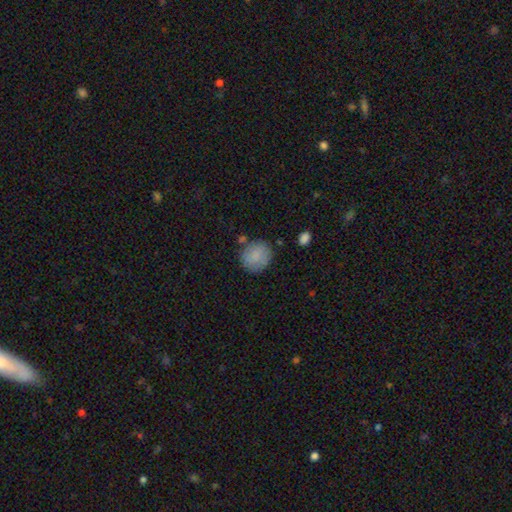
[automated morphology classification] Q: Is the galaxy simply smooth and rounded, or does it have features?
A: smooth — 85%.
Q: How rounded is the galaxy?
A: round — 83%.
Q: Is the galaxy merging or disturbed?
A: none — 75%.